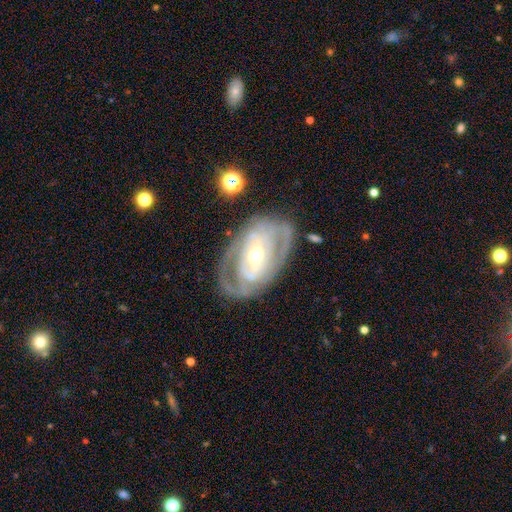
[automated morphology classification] Q: Smooth or featured?
A: featured or disk (84%); runner-up: smooth (11%)
Q: Edge-on disk?
A: no (95%); runner-up: yes (5%)
Q: Bar?
A: weak (39%); runner-up: strong (31%)
Q: Spiral arms?
A: yes (82%); runner-up: no (18%)
Q: Spiral winding?
A: tight (57%); runner-up: medium (32%)
Q: Spiral arm count?
A: 2 (47%); runner-up: can't tell (32%)
Q: Bulge size?
A: moderate (54%); runner-up: small (40%)
Q: Merging?
A: none (72%); runner-up: minor disturbance (17%)